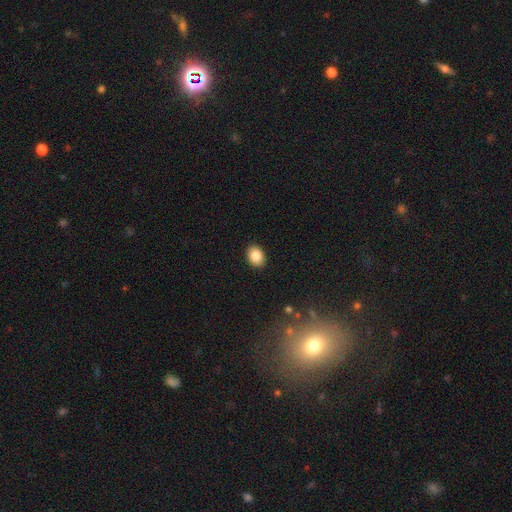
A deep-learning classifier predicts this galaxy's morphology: This is clearly a smooth galaxy (86%). How rounded: likely in between (65%). Merging: clearly none (90%).